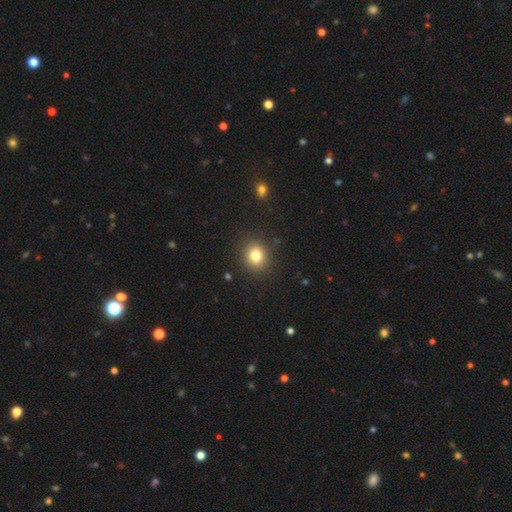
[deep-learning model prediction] Q: Smooth or featured?
A: smooth (81%); runner-up: star or artifact (12%)
Q: How rounded?
A: round (76%); runner-up: in between (23%)
Q: Merging?
A: none (89%); runner-up: minor disturbance (7%)